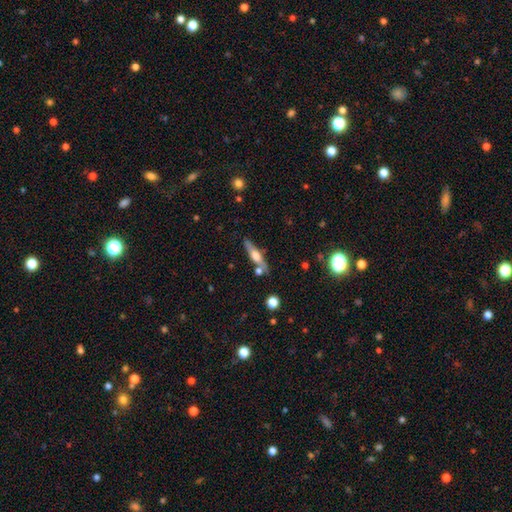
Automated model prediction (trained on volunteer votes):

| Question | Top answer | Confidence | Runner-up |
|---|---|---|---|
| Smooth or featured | featured or disk | 53% | smooth (40%) |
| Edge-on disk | yes | 90% | no (10%) |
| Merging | none | 73% | minor disturbance (13%) |